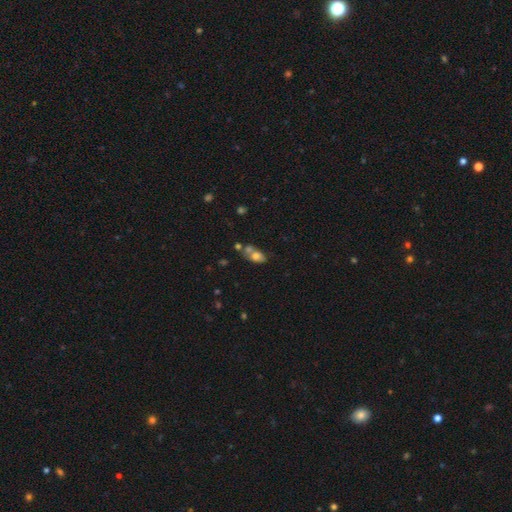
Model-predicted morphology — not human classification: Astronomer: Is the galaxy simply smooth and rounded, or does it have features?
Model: smooth — 68%.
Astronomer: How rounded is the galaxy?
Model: in between — 82%.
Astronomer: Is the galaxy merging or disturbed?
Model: merger — 45% (runner-up: none, 32%).